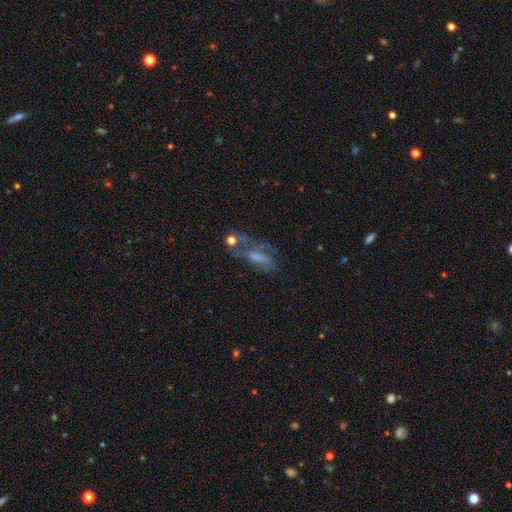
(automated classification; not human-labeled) This appears to be a featured or disk galaxy (59%) with no bar (43%), spiral arms (74%) and a small central bulge (35%). Merging: none (43%).